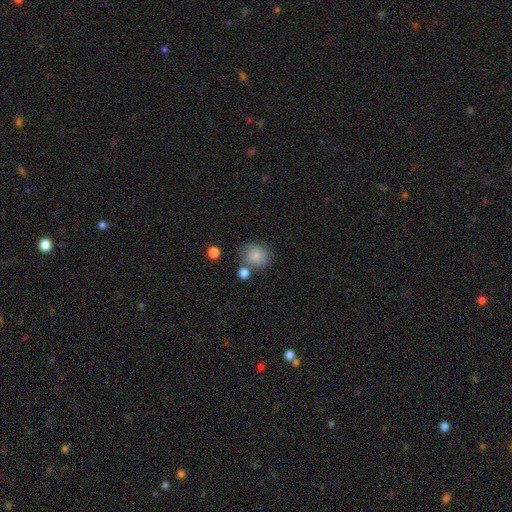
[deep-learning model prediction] This is clearly a smooth galaxy (82%). How rounded: likely round (67%). Merging: likely none (66%).